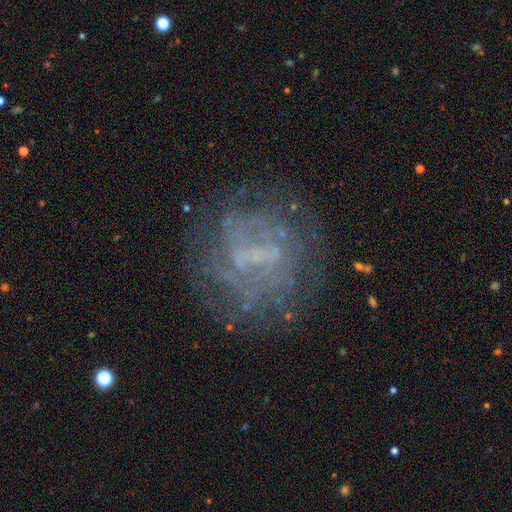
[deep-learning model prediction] Morphology: type=featured or disk (70%); edge-on=no (98%); bar=no (44%); spiral arms=yes (59%); bulge=none (48%); merging=none (71%).